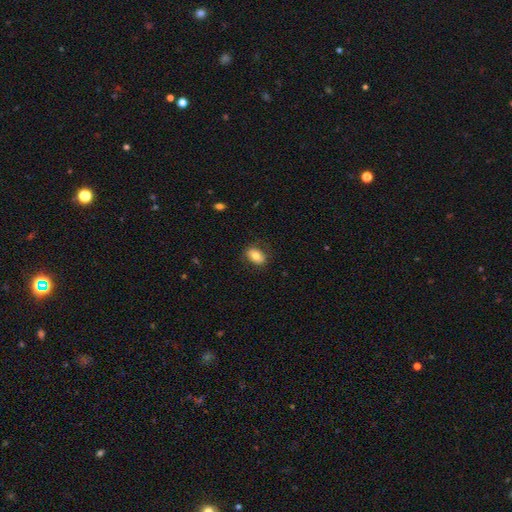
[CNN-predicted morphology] type=smooth (77%); roundness=in between (85%); merging=none (81%).